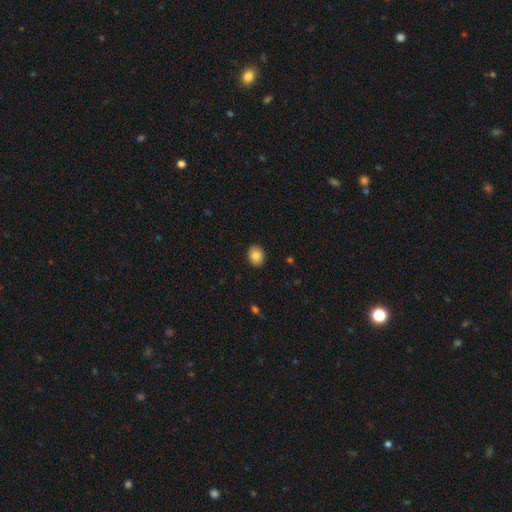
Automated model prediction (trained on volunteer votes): Smooth or featured? Predicted: smooth (p=0.84). How rounded? Predicted: round (p=0.51). Merging? Predicted: none (p=0.91).